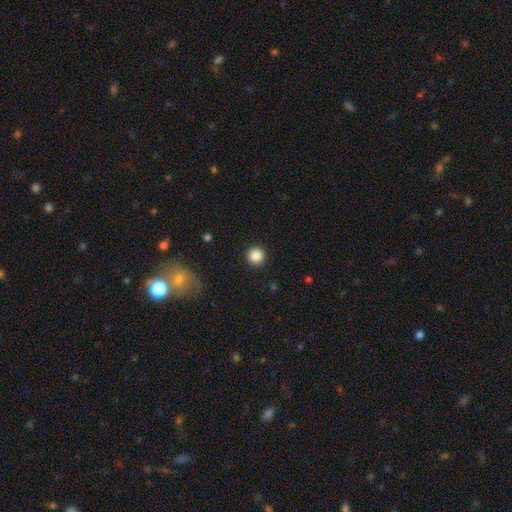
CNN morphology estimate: A smooth galaxy with no disk features (86%) that is round (96%). Merging: none (92%).